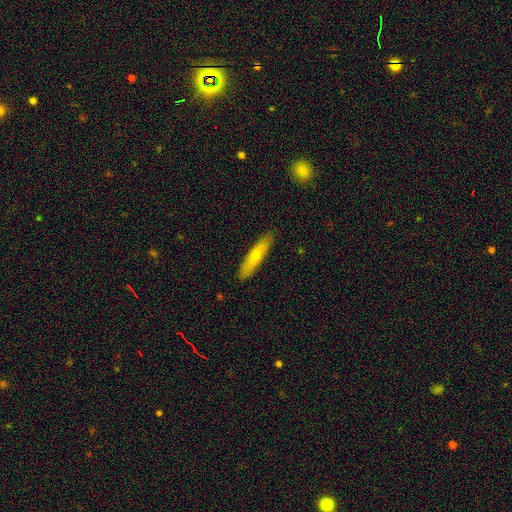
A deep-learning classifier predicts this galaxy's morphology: This appears to be a smooth galaxy with no disk features (60%) that is cigar-shaped (83%). Merging: none (88%).